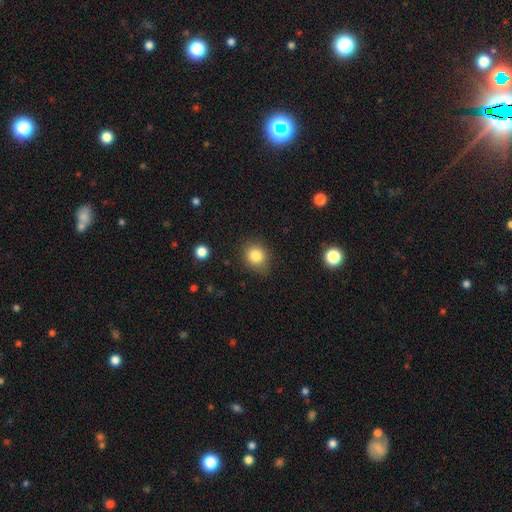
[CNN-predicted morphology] smooth 83%, star or artifact 10%, featured or disk 7%. Down the decision tree: how rounded — round (70%); merging — none (81%).